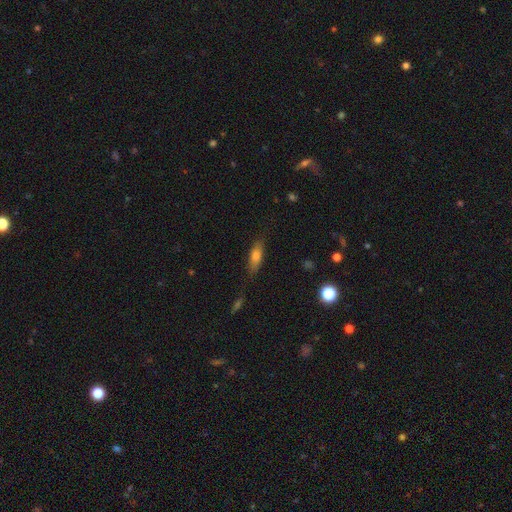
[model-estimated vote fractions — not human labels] Smooth or featured? smooth (69%)
How rounded? in between (52%)
Merging? none (78%)